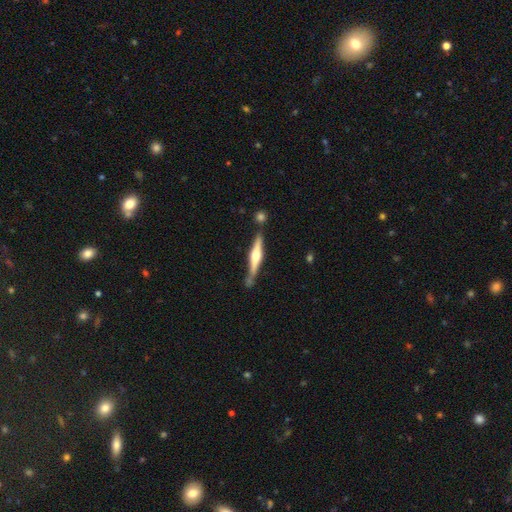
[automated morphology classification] smooth-or-featured: featured or disk: 73% | smooth: 22% | star or artifact: 5%
  disk-edge-on: yes: 97% | no: 3%
    edge-on-bulge: rounded: 90% | boxy: 7% | none: 3%
  merging: none: 73% | minor disturbance: 15% | merger: 8% | major disturbance: 3%